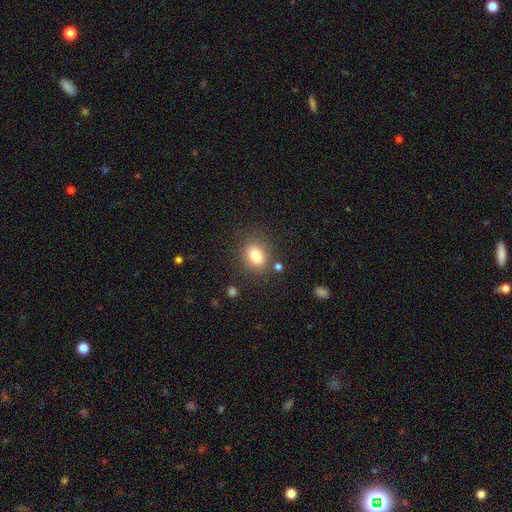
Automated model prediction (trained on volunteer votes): smooth_or_featured: smooth (p=0.82) [alt: star or artifact p=0.10]
how_rounded: in between (p=0.55) [alt: round p=0.43]
merging: none (p=0.80) [alt: minor disturbance p=0.12]